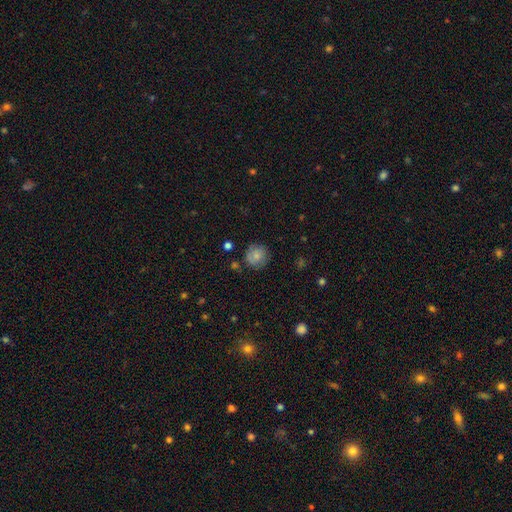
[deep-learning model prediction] A smooth galaxy with no disk features (73%) that is round (90%). Merging: none (78%).